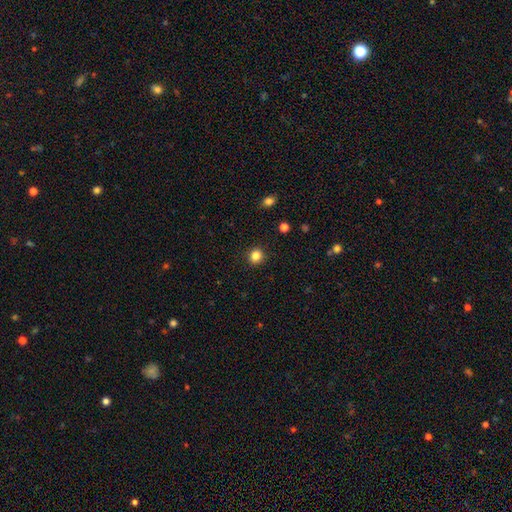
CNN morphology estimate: Smooth or featured?
  - smooth: 85% *
  - star or artifact: 12%
  - featured or disk: 4%
How rounded?
  - round: 85% *
  - in between: 14%
  - cigar-shaped: 1%
Merging?
  - none: 91% *
  - minor disturbance: 6%
  - major disturbance: 2%
  - merger: 1%